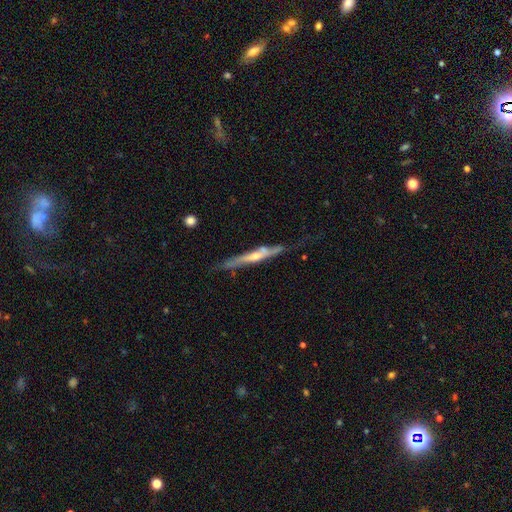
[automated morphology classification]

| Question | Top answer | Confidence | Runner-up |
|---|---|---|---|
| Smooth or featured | featured or disk | 70% | smooth (25%) |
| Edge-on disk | yes | 90% | no (10%) |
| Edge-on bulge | rounded | 62% | none (30%) |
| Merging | none | 60% | minor disturbance (26%) |